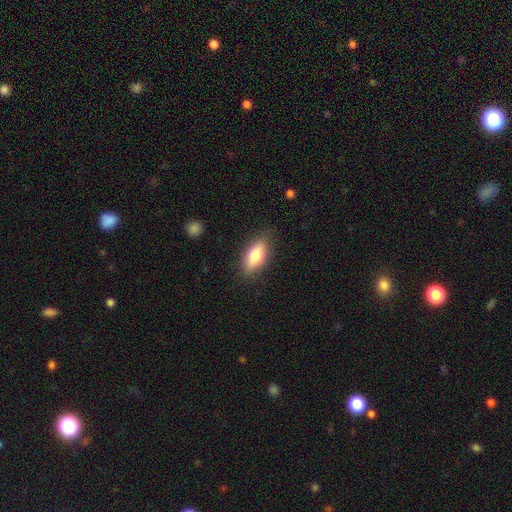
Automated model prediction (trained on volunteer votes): A smooth galaxy with no disk features (77%) that is in between round and cigar-shaped (82%). Merging: none (85%).